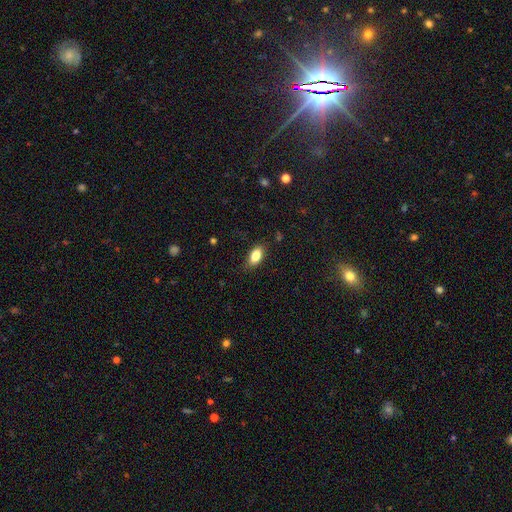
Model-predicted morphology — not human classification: smooth 83%, featured or disk 9%, star or artifact 8%. Down the decision tree: how rounded — in between (88%); merging — none (80%).